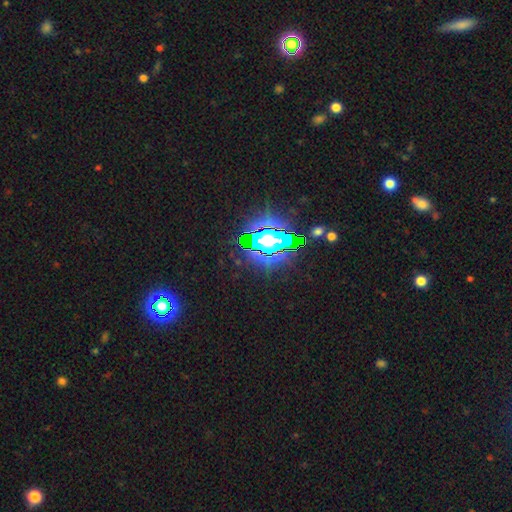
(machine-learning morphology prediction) Q: Smooth or featured?
A: star or artifact (83%); runner-up: smooth (9%)